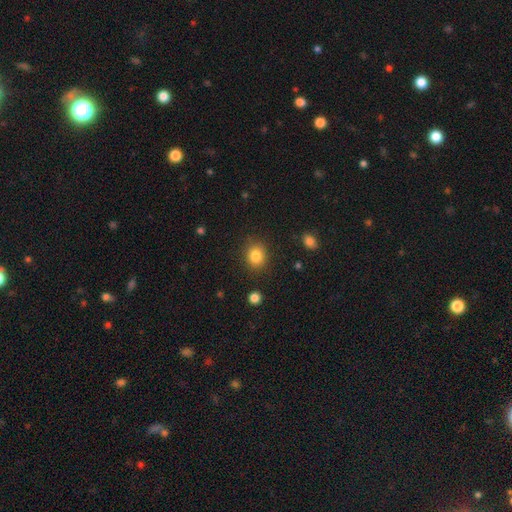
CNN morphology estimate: Smooth or featured: smooth — 85% (star or artifact — 10%)
How rounded: round — 68% (in between — 31%)
Merging: none — 85% (minor disturbance — 10%)